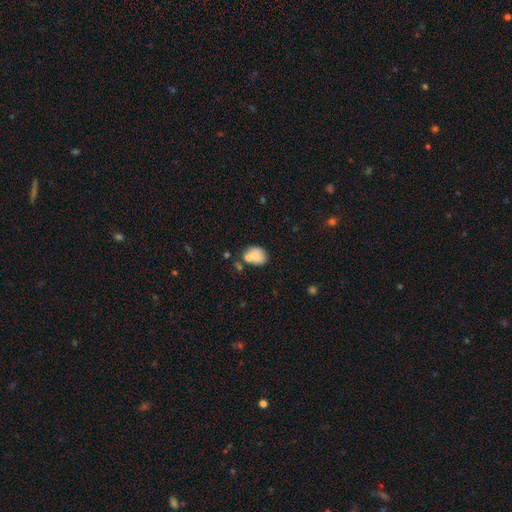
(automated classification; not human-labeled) A smooth galaxy with no disk features (77%) that is in between round and cigar-shaped (56%).

Vote fractions:
- Smooth or featured? smooth: 77% / featured or disk: 14% / star or artifact: 9%
- How rounded? in between: 56% / round: 43% / cigar-shaped: 1%
- Merging? none: 49% / merger: 24% / minor disturbance: 20% / major disturbance: 7%